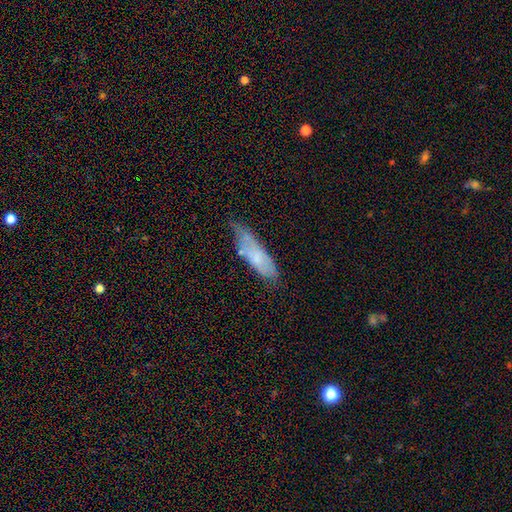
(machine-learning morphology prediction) Smooth or featured? Predicted: smooth (p=0.62). How rounded? Predicted: in between (p=0.50). Merging? Predicted: none (p=0.48).